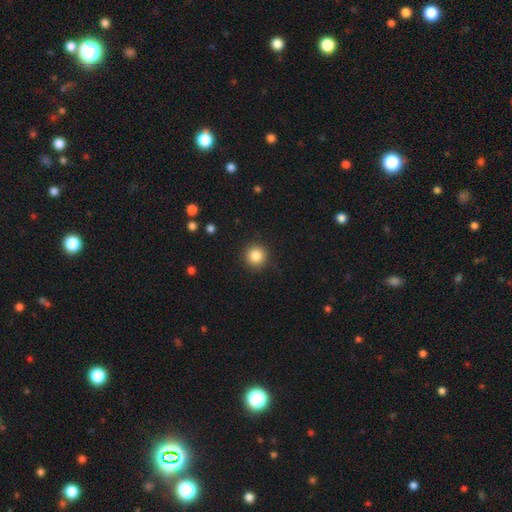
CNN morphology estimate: type=smooth (84%); roundness=round (95%); merging=none (91%).